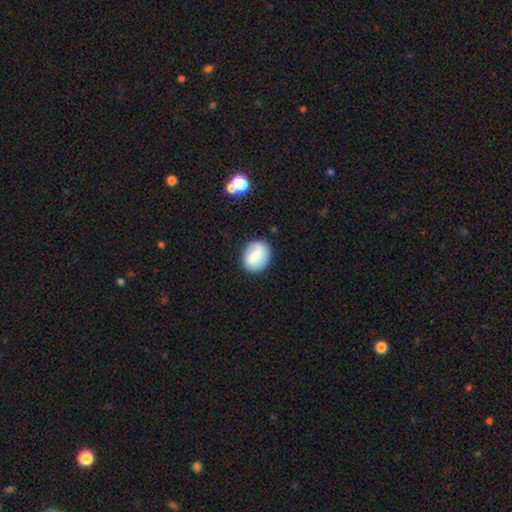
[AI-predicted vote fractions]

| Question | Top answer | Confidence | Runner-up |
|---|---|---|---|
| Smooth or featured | smooth | 69% | featured or disk (23%) |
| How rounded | round | 52% | in between (46%) |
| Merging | none | 85% | minor disturbance (10%) |